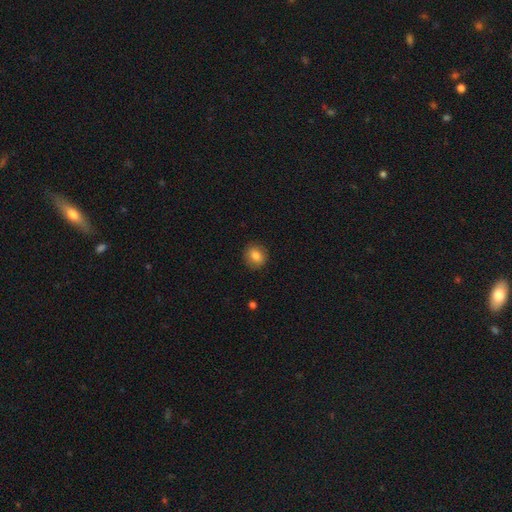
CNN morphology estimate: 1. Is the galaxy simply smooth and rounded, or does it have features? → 83% smooth, 9% star or artifact, 8% featured or disk.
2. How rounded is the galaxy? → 77% round, 22% in between, 1% cigar-shaped.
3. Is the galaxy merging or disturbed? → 88% none, 8% minor disturbance, 2% major disturbance, 1% merger.